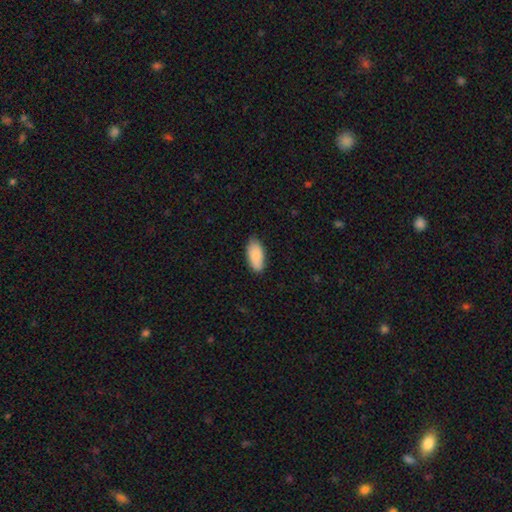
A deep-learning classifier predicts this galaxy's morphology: Smooth or featured: smooth — 89% (star or artifact — 6%)
How rounded: in between — 92% (cigar-shaped — 7%)
Merging: none — 83% (minor disturbance — 14%)